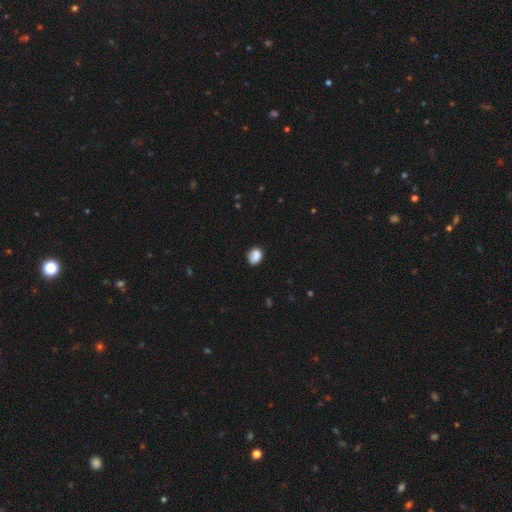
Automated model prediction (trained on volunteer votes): smooth-or-featured: smooth: 86% | star or artifact: 9% | featured or disk: 5%
  how-rounded: in between: 57% | round: 41% | cigar-shaped: 1%
  merging: none: 76% | minor disturbance: 18% | major disturbance: 4% | merger: 2%